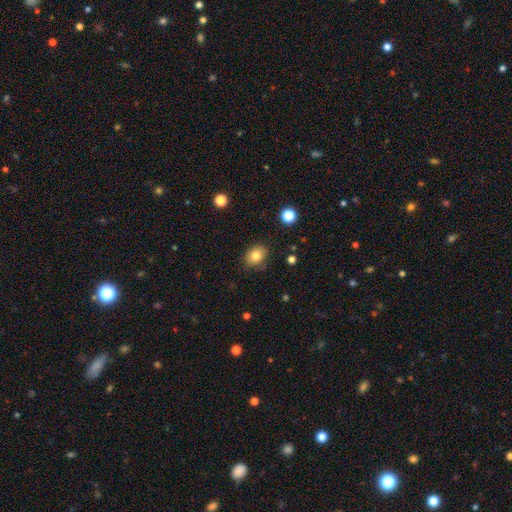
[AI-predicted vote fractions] smooth-or-featured: smooth: 82% | star or artifact: 10% | featured or disk: 8%
  how-rounded: in between: 59% | round: 40% | cigar-shaped: 1%
  merging: none: 83% | minor disturbance: 12% | major disturbance: 3% | merger: 2%